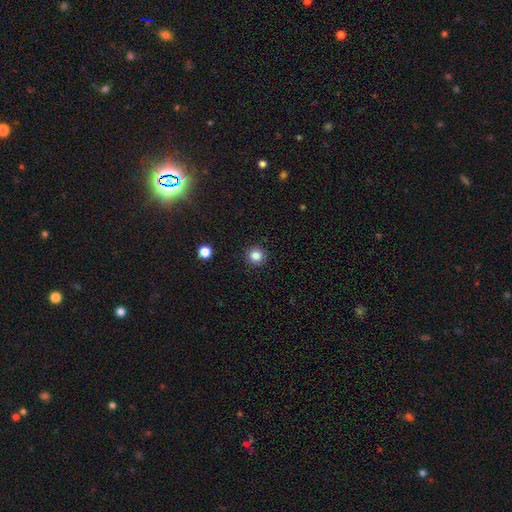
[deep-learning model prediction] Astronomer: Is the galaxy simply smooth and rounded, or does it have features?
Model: smooth — 84%.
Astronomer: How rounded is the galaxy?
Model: round — 94%.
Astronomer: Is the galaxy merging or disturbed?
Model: none — 92%.